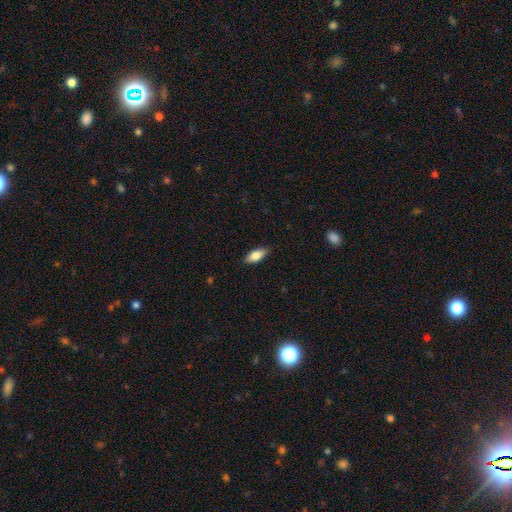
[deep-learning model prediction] Smooth or featured? Predicted: smooth (p=0.77). How rounded? Predicted: in between (p=0.81). Merging? Predicted: none (p=0.87).